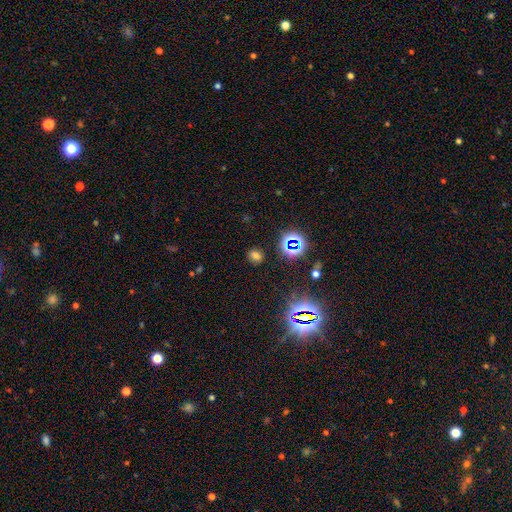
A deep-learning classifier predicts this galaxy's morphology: A smooth galaxy with no disk features (62%) that is round (64%).

Vote fractions:
- Smooth or featured? smooth: 62% / star or artifact: 30% / featured or disk: 7%
- How rounded? round: 64% / in between: 35% / cigar-shaped: 1%
- Merging? none: 86% / minor disturbance: 9% / major disturbance: 3% / merger: 2%